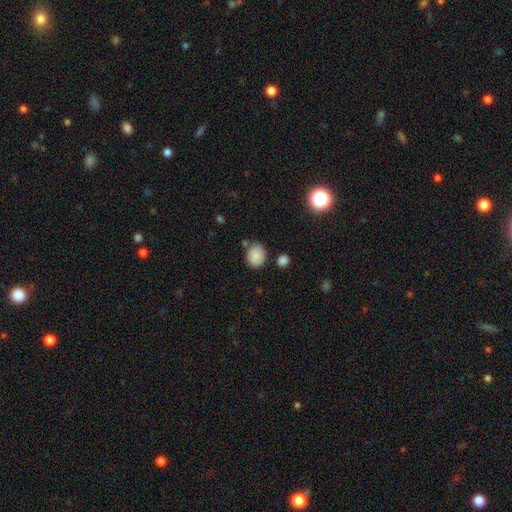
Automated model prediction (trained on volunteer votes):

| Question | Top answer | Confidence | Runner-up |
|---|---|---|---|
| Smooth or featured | smooth | 82% | star or artifact (9%) |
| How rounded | round | 58% | in between (41%) |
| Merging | none | 70% | minor disturbance (18%) |